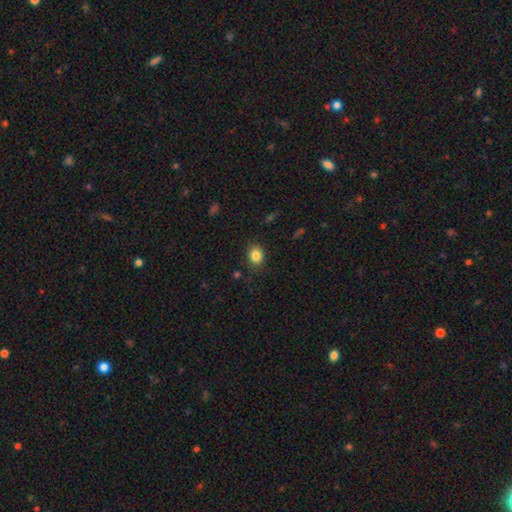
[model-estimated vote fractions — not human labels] Overall: smooth (84%). How rounded: round (50%; in between 49%). Merging: none (84%).